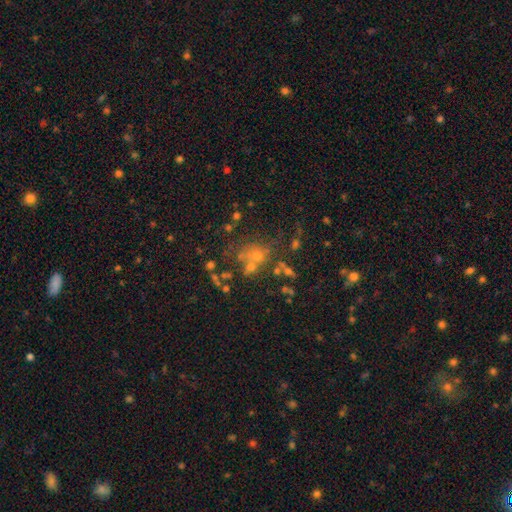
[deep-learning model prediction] Smooth or featured?
  - smooth: 46% *
  - star or artifact: 31%
  - featured or disk: 23%
Merging?
  - none: 45% *
  - merger: 28%
  - major disturbance: 14%
  - minor disturbance: 13%